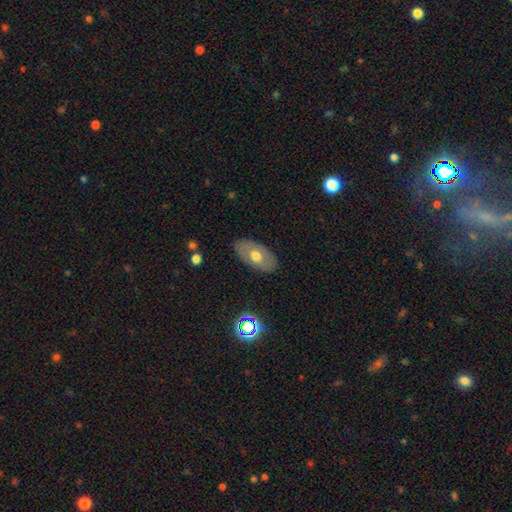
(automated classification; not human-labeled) smooth-or-featured: smooth: 51% | featured or disk: 42% | star or artifact: 8%
  how-rounded: in between: 92% | round: 6% | cigar-shaped: 2%
  merging: none: 85% | minor disturbance: 11% | major disturbance: 3% | merger: 1%